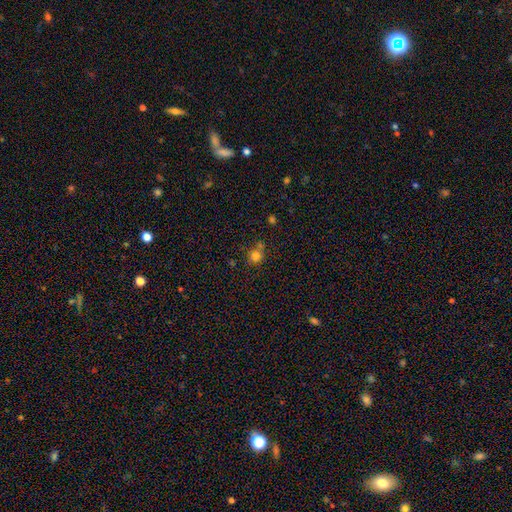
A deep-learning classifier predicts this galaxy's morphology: The model was most divided on "merging": none: 54%, merger: 24%, minor disturbance: 15%, major disturbance: 6%. More confident: how rounded — round (79%); smooth or featured — smooth (75%).